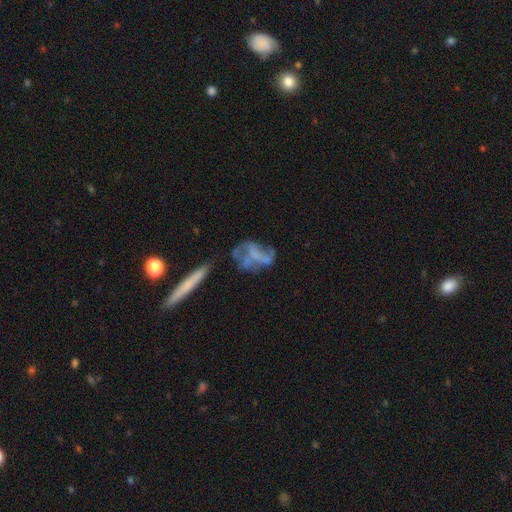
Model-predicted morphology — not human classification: smooth_or_featured: featured or disk (p=0.60) [alt: smooth p=0.28]
disk_edge_on: no (p=0.93) [alt: yes p=0.07]
bar: no (p=0.70) [alt: weak p=0.19]
has_spiral_arms: no (p=0.64) [alt: yes p=0.36]
bulge_size: none (p=0.73) [alt: small p=0.12]
merging: none (p=0.38) [alt: major disturbance p=0.29]